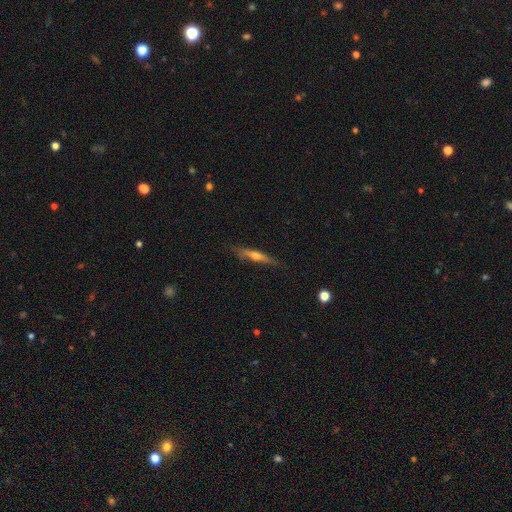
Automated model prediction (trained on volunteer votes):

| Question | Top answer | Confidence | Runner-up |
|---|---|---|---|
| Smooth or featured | featured or disk | 56% | smooth (37%) |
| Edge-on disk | yes | 94% | no (6%) |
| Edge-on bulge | rounded | 85% | none (11%) |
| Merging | none | 81% | minor disturbance (15%) |